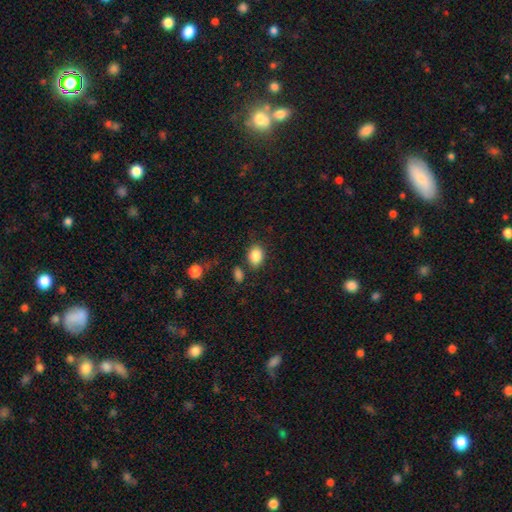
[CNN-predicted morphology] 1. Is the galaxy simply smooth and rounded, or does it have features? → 87% smooth, 9% star or artifact, 4% featured or disk.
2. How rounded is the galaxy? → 64% in between, 35% round, 1% cigar-shaped.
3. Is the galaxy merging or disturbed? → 74% none, 15% minor disturbance, 7% merger, 5% major disturbance.